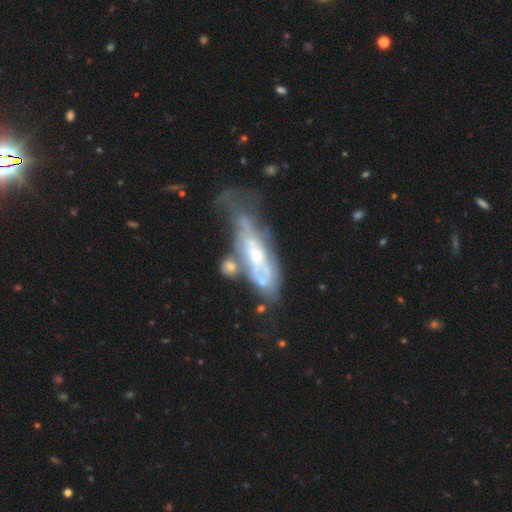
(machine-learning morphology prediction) Smooth or featured? featured or disk (74%)
Edge-on disk? no (82%)
Bar? no (72%)
Spiral arms? yes (59%)
Bulge size? small (50%)
Merging? major disturbance (32%)